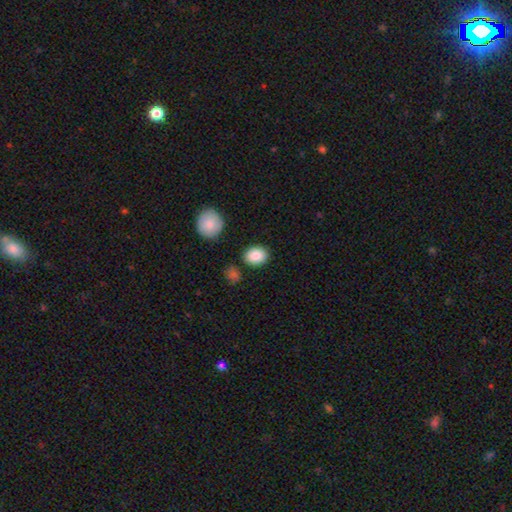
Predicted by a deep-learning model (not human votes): smooth-or-featured: smooth: 88% | star or artifact: 7% | featured or disk: 5%
  how-rounded: in between: 51% | round: 48% | cigar-shaped: 1%
  merging: none: 85% | minor disturbance: 9% | merger: 3% | major disturbance: 3%